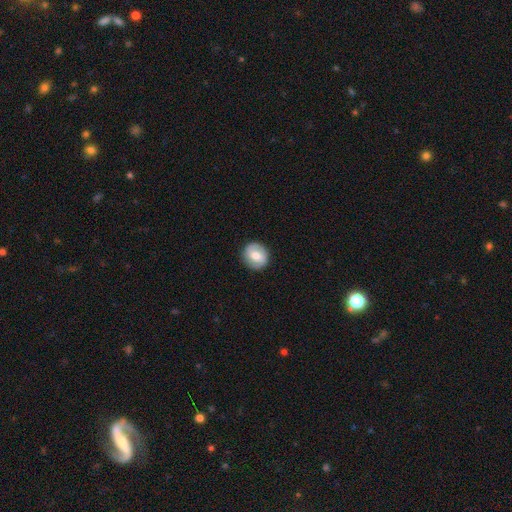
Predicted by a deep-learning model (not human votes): Smooth or featured: smooth — 49% (featured or disk — 45%)
Merging: none — 88% (minor disturbance — 8%)